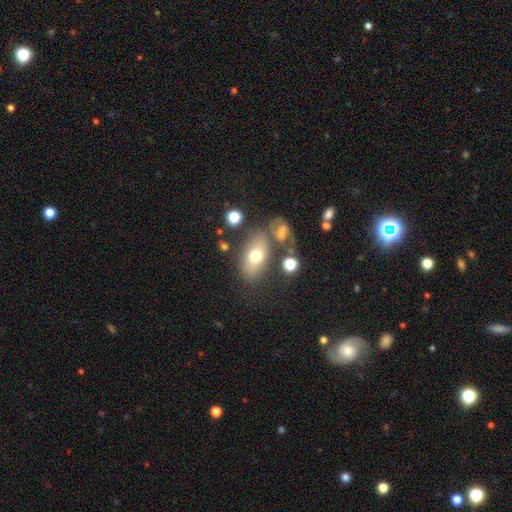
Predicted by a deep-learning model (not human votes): This is possibly a smooth galaxy (55%). How rounded: clearly in between (83%). Merging: possibly none (57%).